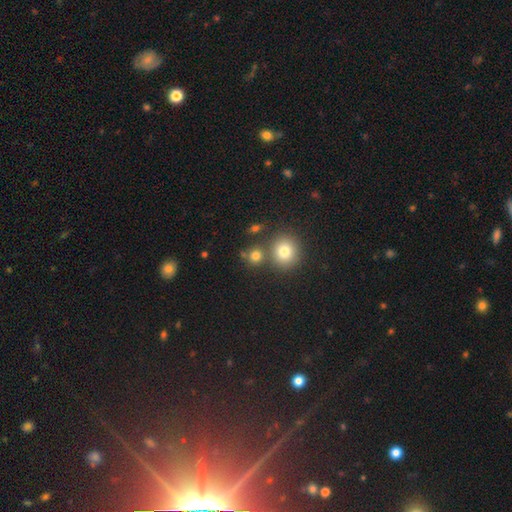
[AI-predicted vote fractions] smooth_or_featured: smooth (p=0.77) [alt: star or artifact p=0.15]
how_rounded: round (p=0.85) [alt: in between p=0.13]
merging: none (p=0.67) [alt: merger p=0.21]